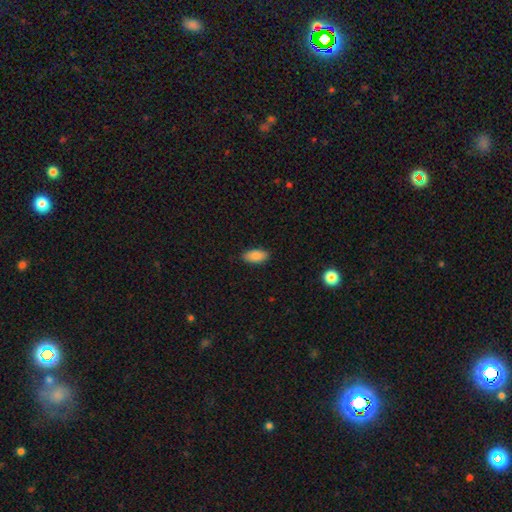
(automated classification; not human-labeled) Q: Smooth or featured?
A: smooth (87%); runner-up: star or artifact (7%)
Q: How rounded?
A: in between (91%); runner-up: cigar-shaped (7%)
Q: Merging?
A: none (87%); runner-up: minor disturbance (10%)